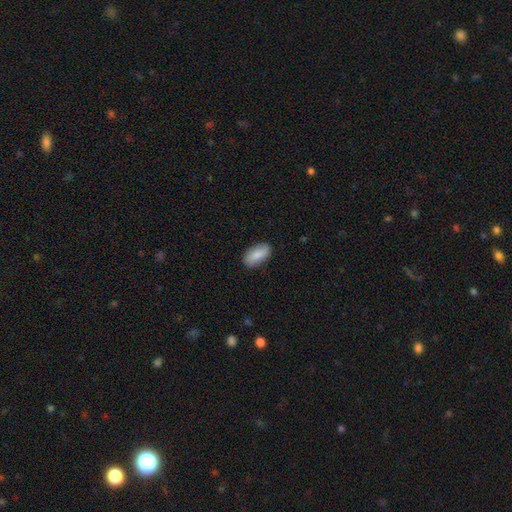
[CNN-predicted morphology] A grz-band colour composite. It shows a smooth galaxy with no disk features (84%) that is in between round and cigar-shaped (92%). Merging: none (85%).